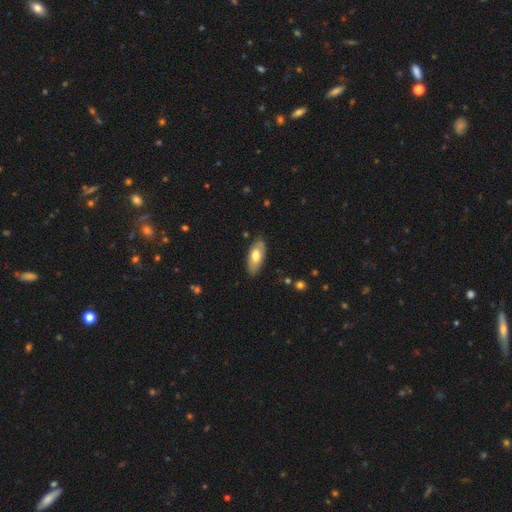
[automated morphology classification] type=smooth (66%); roundness=in between (88%); merging=none (84%).